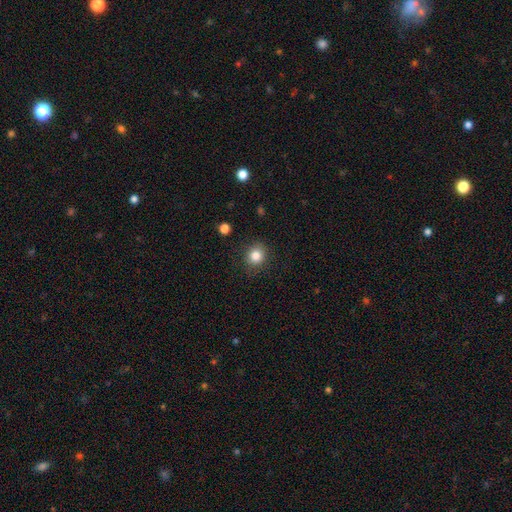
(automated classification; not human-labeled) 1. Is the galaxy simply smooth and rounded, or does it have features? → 83% smooth, 11% star or artifact, 6% featured or disk.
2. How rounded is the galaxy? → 79% round, 20% in between, 1% cigar-shaped.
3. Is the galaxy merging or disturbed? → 86% none, 10% minor disturbance, 3% major disturbance, 1% merger.